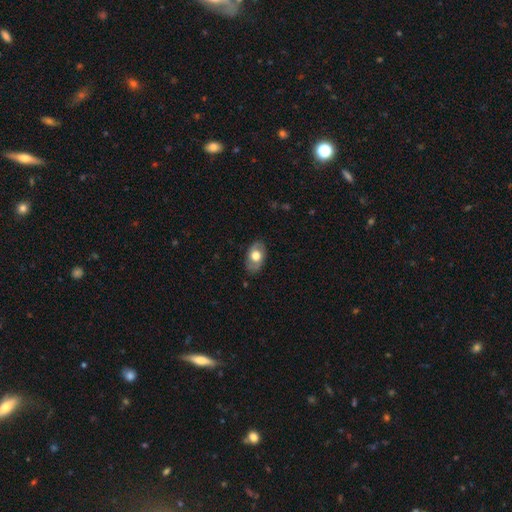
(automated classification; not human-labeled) Morphology: type=smooth (54%); roundness=in between (87%); merging=none (81%).